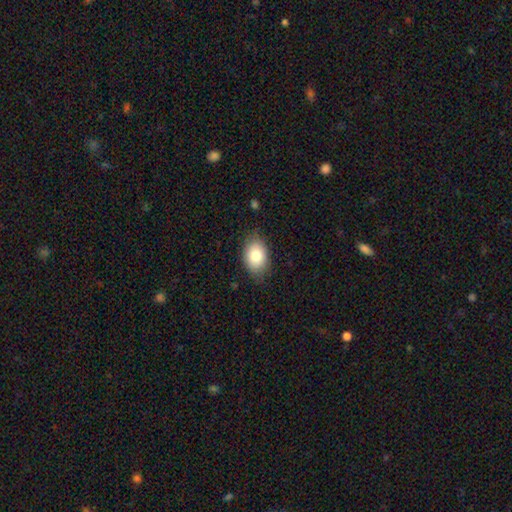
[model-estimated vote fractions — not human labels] Overall: smooth (81%). How rounded: in between (80%). Merging: none (78%).